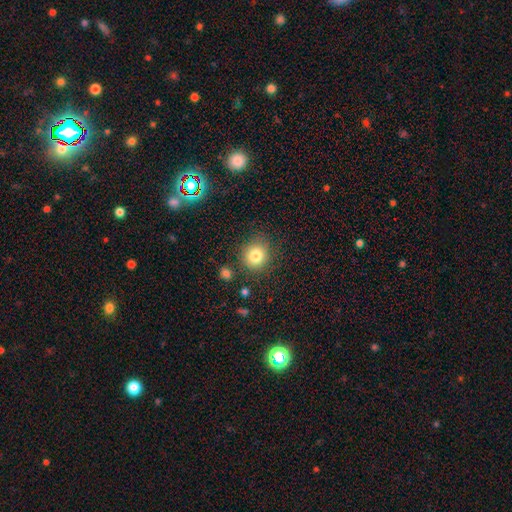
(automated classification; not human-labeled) smooth-or-featured: smooth: 81% | star or artifact: 11% | featured or disk: 8%
  how-rounded: round: 86% | in between: 13% | cigar-shaped: 1%
  merging: none: 82% | minor disturbance: 11% | merger: 4% | major disturbance: 4%